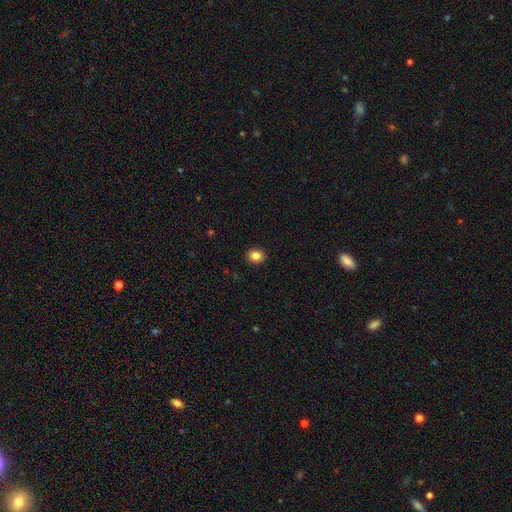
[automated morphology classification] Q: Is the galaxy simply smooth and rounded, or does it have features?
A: smooth — 85%.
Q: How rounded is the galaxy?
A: round — 62%.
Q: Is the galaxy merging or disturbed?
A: none — 91%.